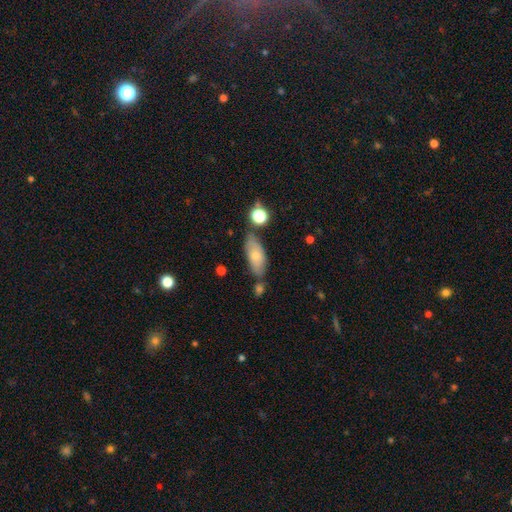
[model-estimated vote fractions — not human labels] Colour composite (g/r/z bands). It shows a smooth galaxy with no disk features (64%) that is in between round and cigar-shaped (81%). Merging: none (61%).